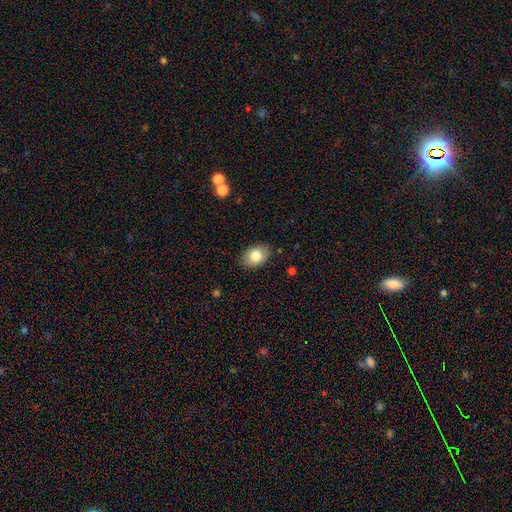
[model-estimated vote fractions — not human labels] Smooth or featured? smooth (81%)
How rounded? in between (80%)
Merging? none (85%)